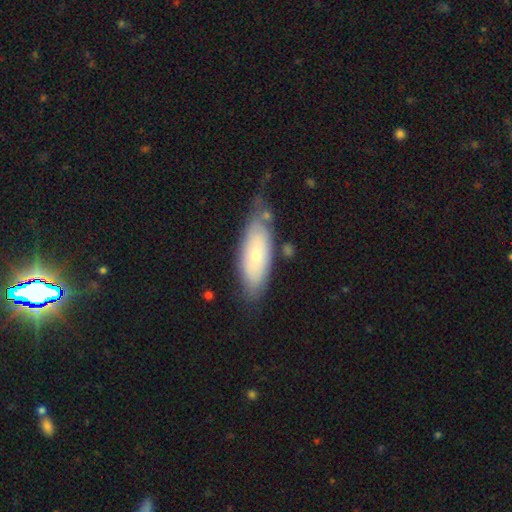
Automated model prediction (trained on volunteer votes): smooth_or_featured: smooth (p=0.61) [alt: featured or disk p=0.33]
how_rounded: in between (p=0.75) [alt: cigar-shaped p=0.23]
merging: none (p=0.58) [alt: minor disturbance p=0.27]